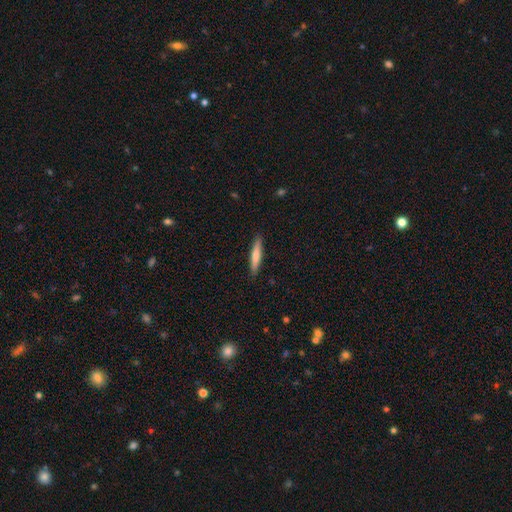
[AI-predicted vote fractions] Smooth or featured? smooth (66%)
How rounded? cigar-shaped (90%)
Merging? none (90%)